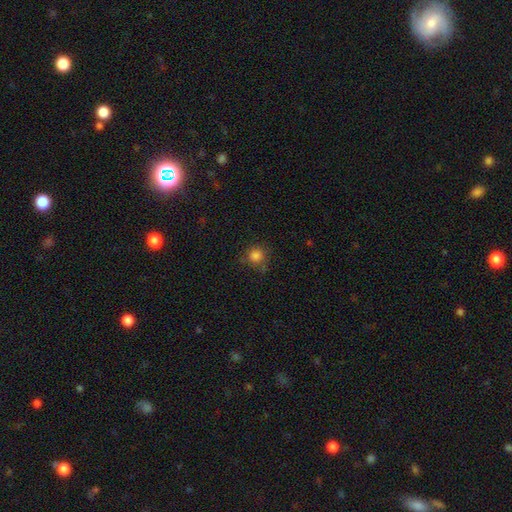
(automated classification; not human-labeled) smooth_or_featured: smooth (p=0.82) [alt: star or artifact p=0.12]
how_rounded: round (p=0.89) [alt: in between p=0.10]
merging: none (p=0.71) [alt: minor disturbance p=0.19]